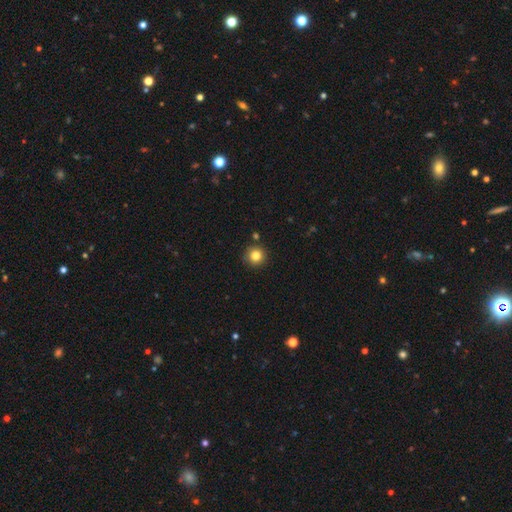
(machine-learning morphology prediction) This is clearly a smooth galaxy (82%). How rounded: clearly round (95%). Merging: clearly none (88%).